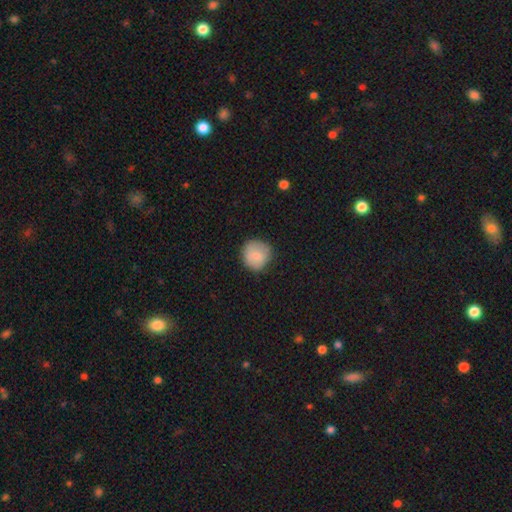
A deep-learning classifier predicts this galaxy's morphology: Smooth or featured?
  - smooth: 83% *
  - featured or disk: 9%
  - star or artifact: 8%
How rounded?
  - round: 90% *
  - in between: 9%
  - cigar-shaped: 1%
Merging?
  - none: 79% *
  - minor disturbance: 16%
  - major disturbance: 4%
  - merger: 1%